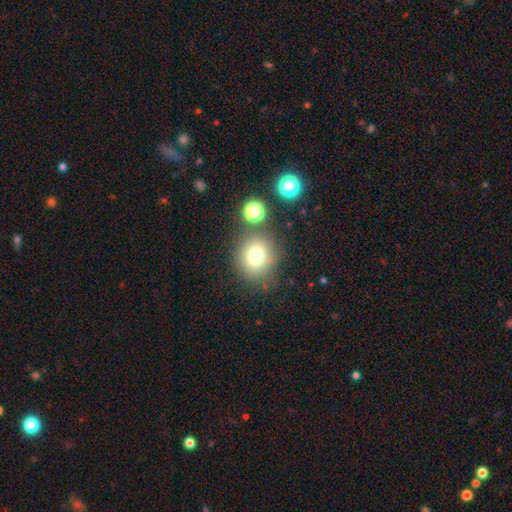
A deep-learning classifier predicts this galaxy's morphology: Q: Smooth or featured?
A: smooth (76%); runner-up: star or artifact (14%)
Q: How rounded?
A: round (81%); runner-up: in between (18%)
Q: Merging?
A: none (77%); runner-up: minor disturbance (11%)